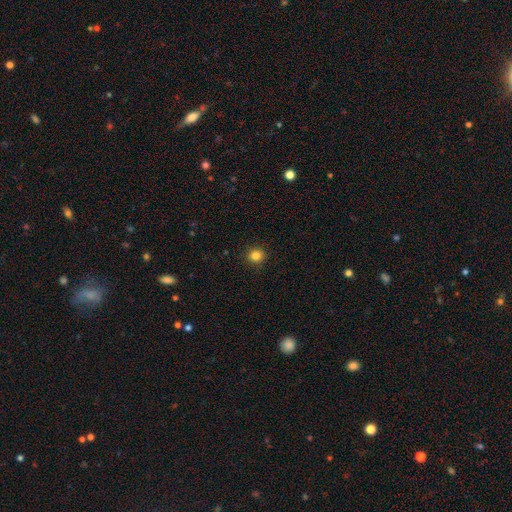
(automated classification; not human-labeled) Overall: smooth (84%). How rounded: round (83%). Merging: none (91%).